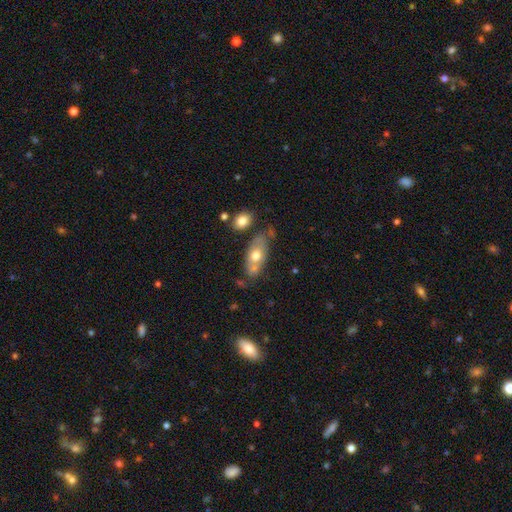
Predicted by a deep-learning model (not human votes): Overall: smooth (53%; featured or disk 39%). How rounded: in between (80%). Merging: none (57%; minor disturbance 22%).